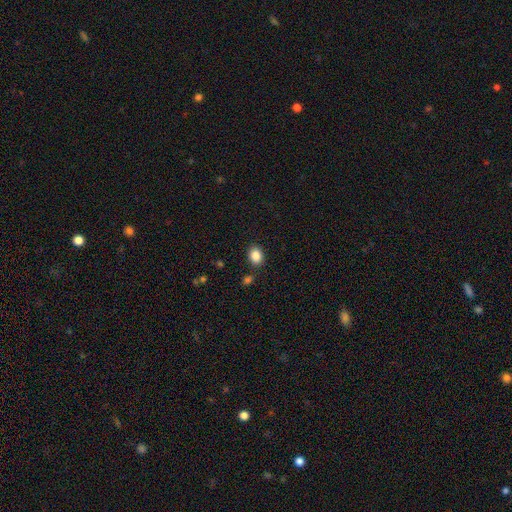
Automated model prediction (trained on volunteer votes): Smooth or featured? smooth (87%)
How rounded? in between (57%)
Merging? none (84%)